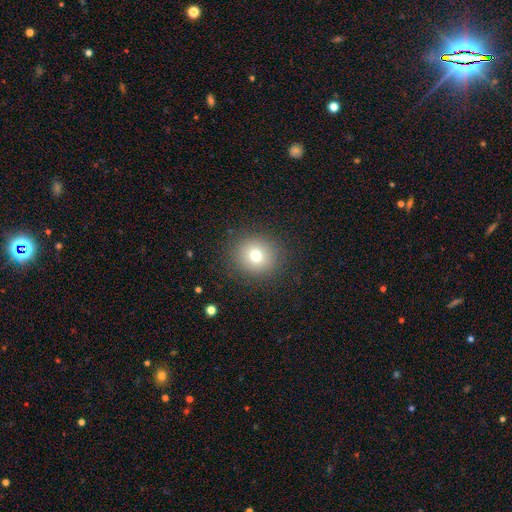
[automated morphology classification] Q: Smooth or featured?
A: smooth (73%); runner-up: star or artifact (15%)
Q: How rounded?
A: round (89%); runner-up: in between (10%)
Q: Merging?
A: none (88%); runner-up: minor disturbance (7%)